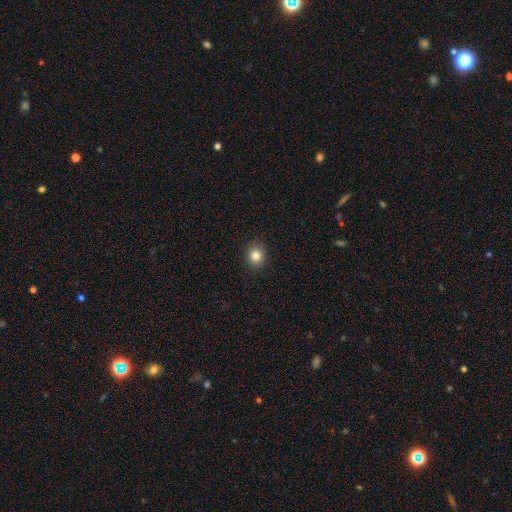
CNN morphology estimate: Smooth or featured? Predicted: smooth (p=0.83). How rounded? Predicted: round (p=0.73). Merging? Predicted: none (p=0.90).